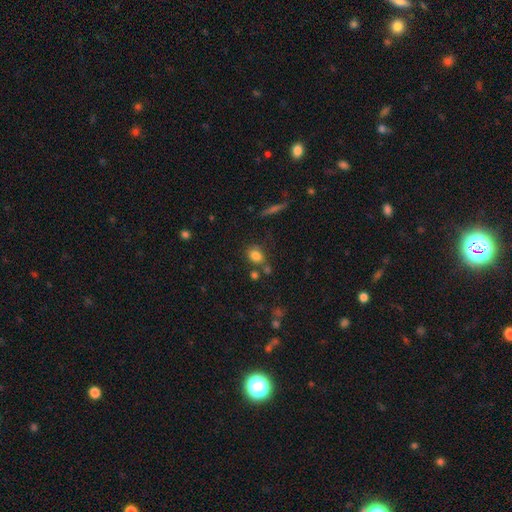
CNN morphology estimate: The model was most divided on "how rounded": in between: 54%, round: 44%, cigar-shaped: 2%. More confident: smooth or featured — smooth (81%); merging — none (68%).